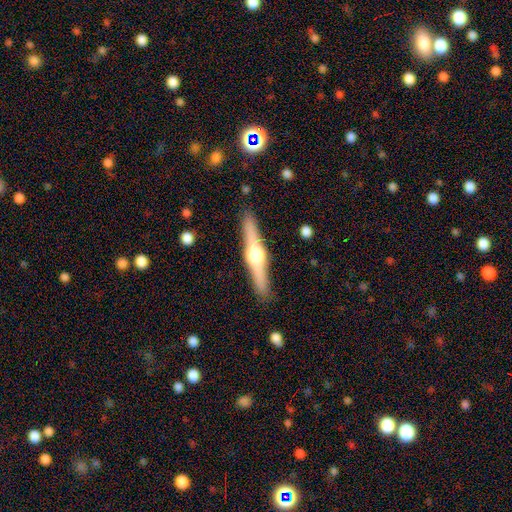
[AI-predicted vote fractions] featured or disk 76%, smooth 19%, star or artifact 5%. Down the decision tree: edge-on disk — yes (98%); edge-on bulge — rounded (94%); merging — none (91%).